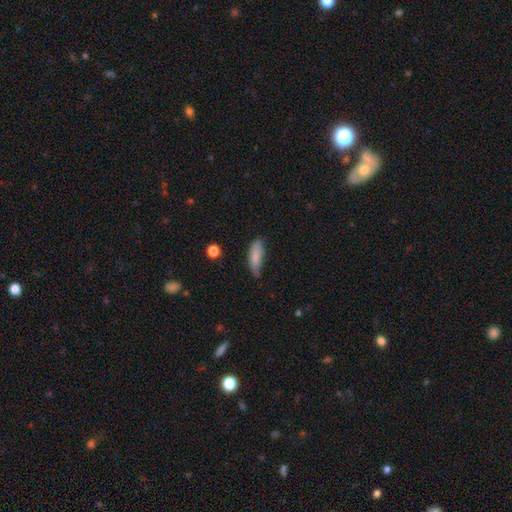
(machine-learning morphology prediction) Overall: smooth (83%). How rounded: in between (65%; cigar-shaped 33%). Merging: none (50%; minor disturbance 38%).